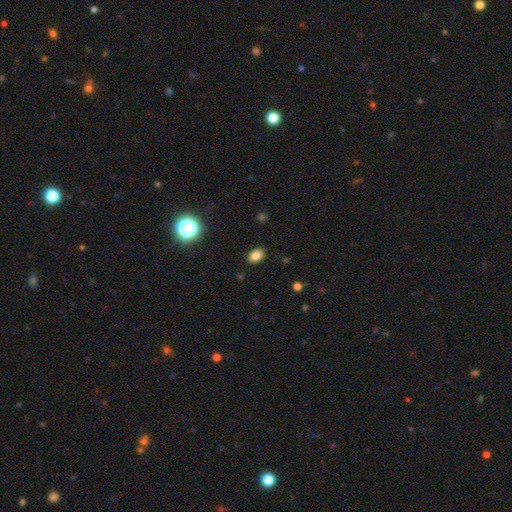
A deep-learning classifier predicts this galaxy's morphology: A smooth galaxy with no disk features (82%) that is in between round and cigar-shaped (77%). Merging: none (88%).